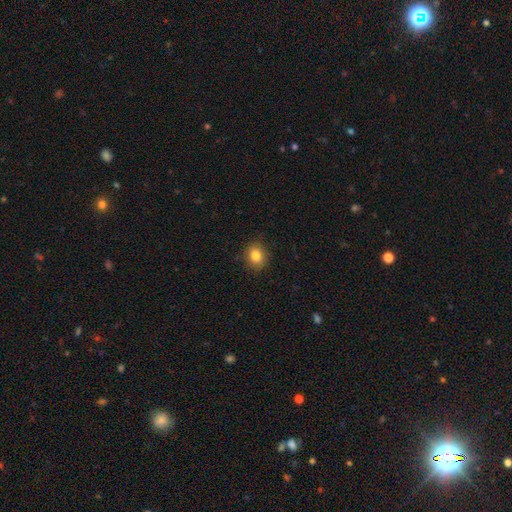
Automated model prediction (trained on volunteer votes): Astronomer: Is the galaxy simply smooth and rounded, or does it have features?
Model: smooth — 83%.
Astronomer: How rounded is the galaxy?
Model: round — 62%.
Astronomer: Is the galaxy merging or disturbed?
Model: none — 88%.